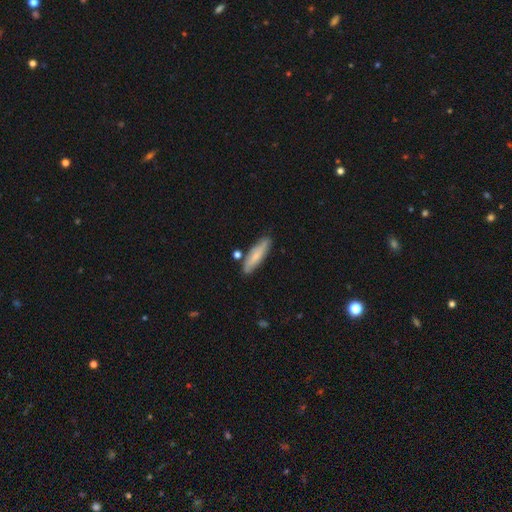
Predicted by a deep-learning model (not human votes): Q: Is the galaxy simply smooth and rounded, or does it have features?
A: smooth — 66%.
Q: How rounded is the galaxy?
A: cigar-shaped — 67%.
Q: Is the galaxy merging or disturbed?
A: none — 78%.